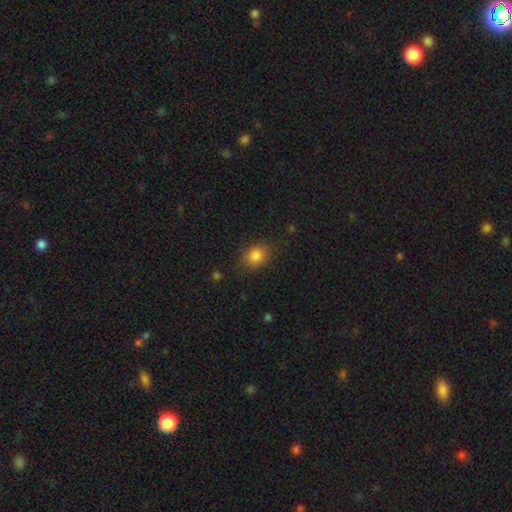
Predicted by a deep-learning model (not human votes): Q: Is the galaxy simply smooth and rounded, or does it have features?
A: smooth — 84%.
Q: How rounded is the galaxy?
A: round — 59%.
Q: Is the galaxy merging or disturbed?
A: none — 80%.